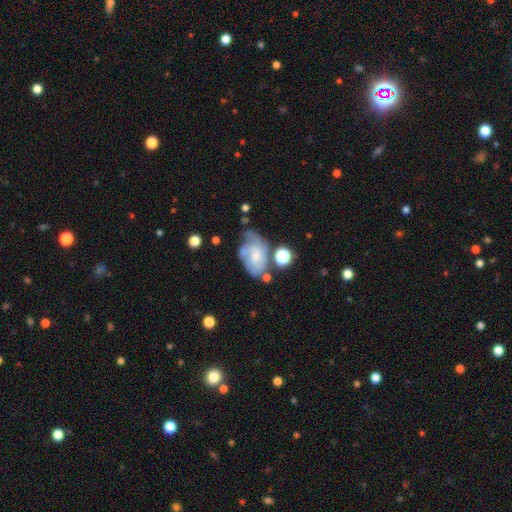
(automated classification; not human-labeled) A featured or disk galaxy (58%) with no bar (66%), spiral arms (72%) and a small central bulge (60%). Merging: none (37%).